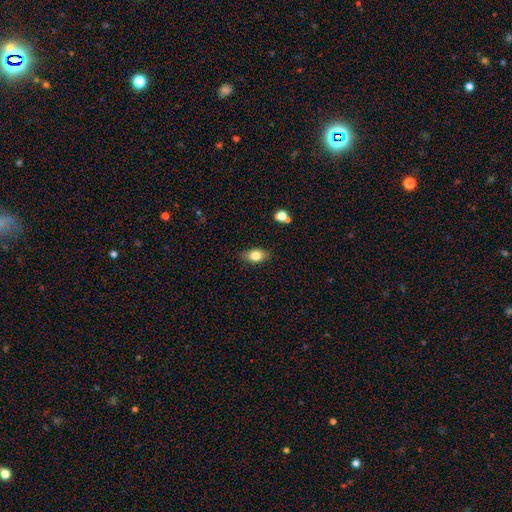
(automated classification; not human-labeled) A smooth galaxy with no disk features (79%) that is in between round and cigar-shaped (81%). Merging: none (83%).